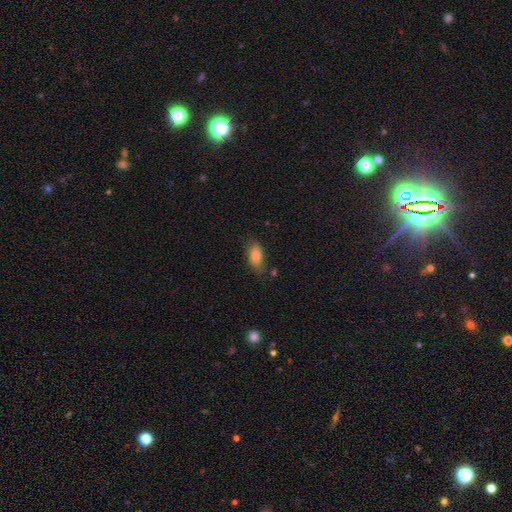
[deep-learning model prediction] smooth_or_featured: smooth (p=0.83) [alt: featured or disk p=0.09]
how_rounded: in between (p=0.88) [alt: cigar-shaped p=0.08]
merging: none (p=0.60) [alt: minor disturbance p=0.27]